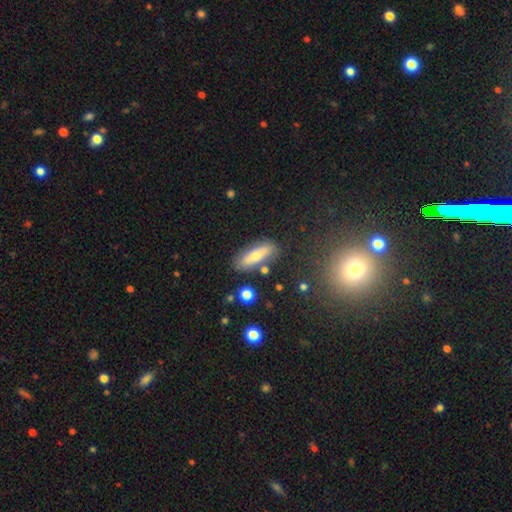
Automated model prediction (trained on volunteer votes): Smooth or featured: smooth — 62% (featured or disk — 30%)
How rounded: in between — 54% (cigar-shaped — 44%)
Merging: none — 79% (minor disturbance — 13%)